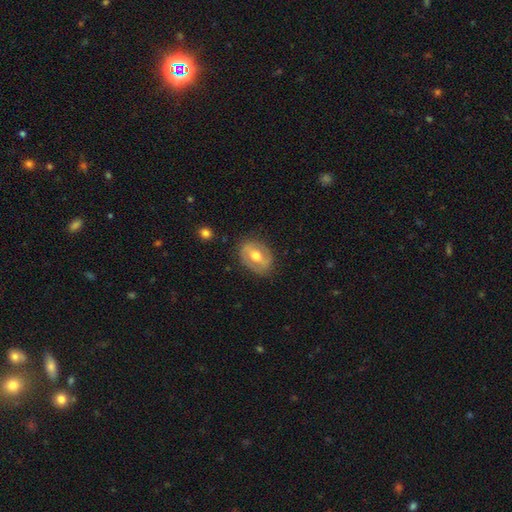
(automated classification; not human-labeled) smooth-or-featured: featured or disk: 61% | smooth: 33% | star or artifact: 6%
  disk-edge-on: no: 94% | yes: 6%
    bar: weak: 40% | strong: 31% | no: 29%
    has-spiral-arms: no: 51% | yes: 49%
    bulge-size: moderate: 75% | large: 15% | small: 8% | none: 1% | dominant: 1%
  merging: none: 77% | minor disturbance: 17% | major disturbance: 5% | merger: 1%